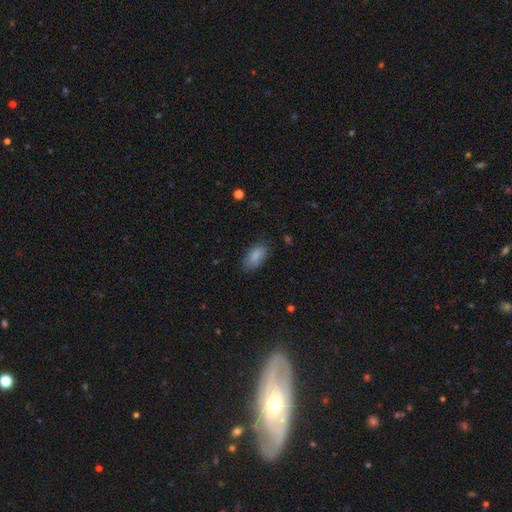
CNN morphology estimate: Overall: smooth (86%). How rounded: in between (91%). Merging: none (80%).